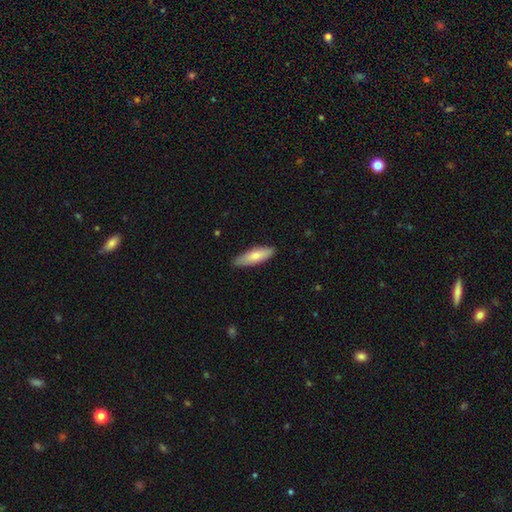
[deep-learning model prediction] This appears to be a smooth galaxy with no disk features (77%) that is cigar-shaped (50%). Merging: none (85%).